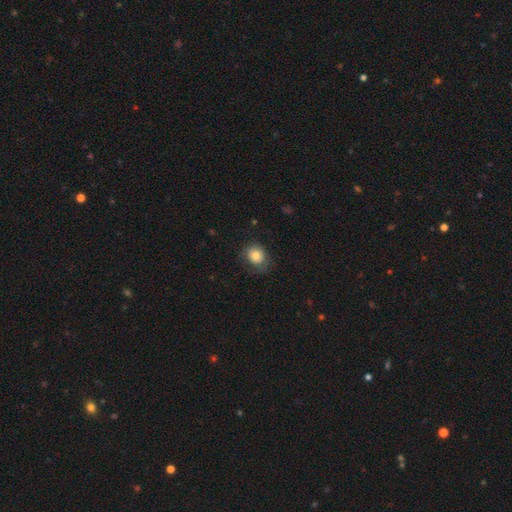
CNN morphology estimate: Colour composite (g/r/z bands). It shows a smooth galaxy with no disk features (78%) that is round (71%). Merging: none (64%).